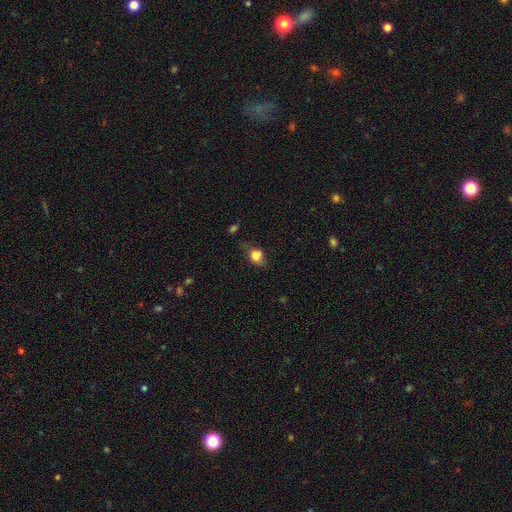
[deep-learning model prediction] Morphology: type=smooth (76%); roundness=in between (59%); merging=none (53%).